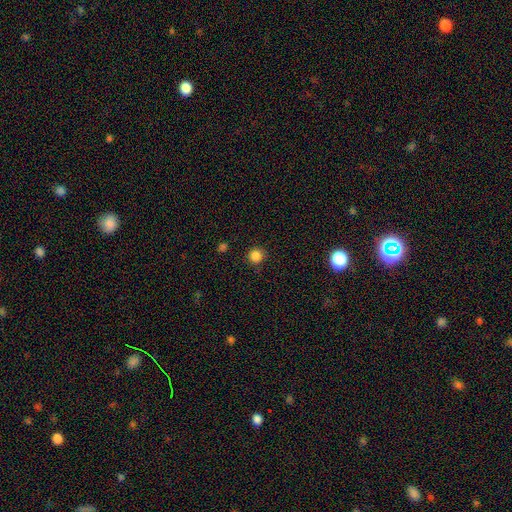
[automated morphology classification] Smooth or featured: smooth — 84% (star or artifact — 12%)
How rounded: round — 94% (in between — 5%)
Merging: none — 89% (minor disturbance — 8%)